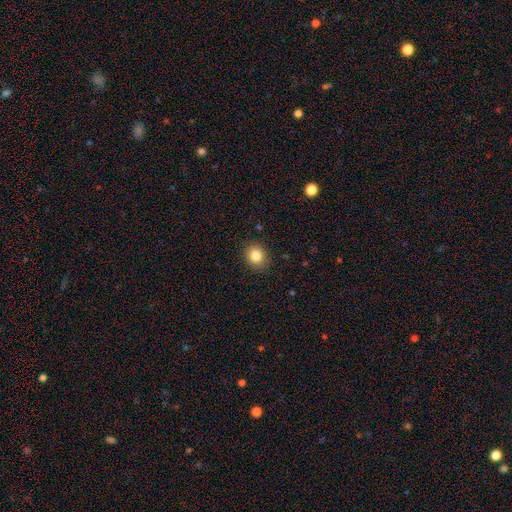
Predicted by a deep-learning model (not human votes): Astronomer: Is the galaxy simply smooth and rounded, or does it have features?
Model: smooth — 84%.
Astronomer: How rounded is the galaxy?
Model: round — 71%.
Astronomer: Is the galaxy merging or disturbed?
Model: none — 89%.